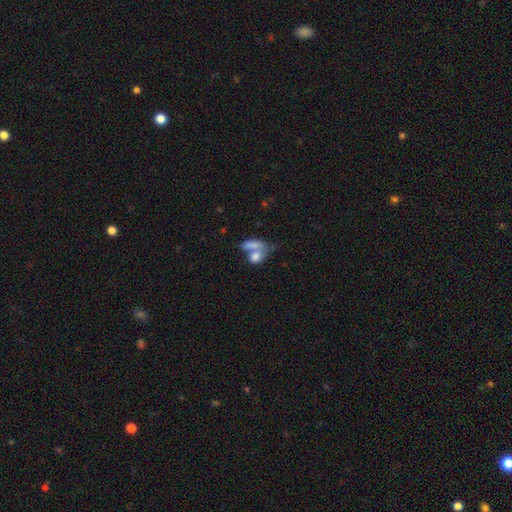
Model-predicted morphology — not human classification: A smooth galaxy with no disk features (78%) that is in between round and cigar-shaped (70%).

Vote fractions:
- Smooth or featured? smooth: 78% / featured or disk: 13% / star or artifact: 8%
- How rounded? in between: 70% / round: 23% / cigar-shaped: 6%
- Merging? merger: 59% / none: 25% / minor disturbance: 8% / major disturbance: 7%